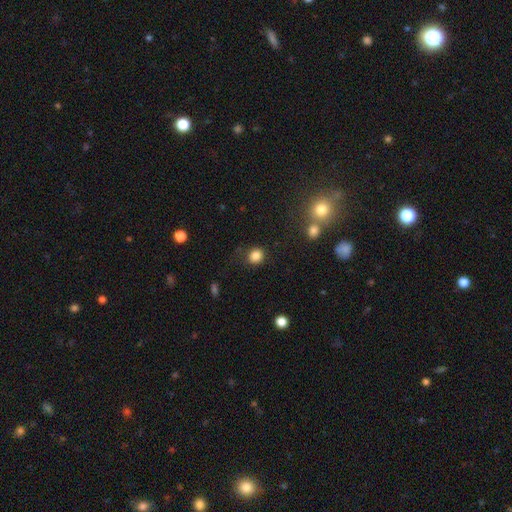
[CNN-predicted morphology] A smooth galaxy with no disk features (84%) that is round (84%).

Vote fractions:
- Smooth or featured? smooth: 84% / star or artifact: 11% / featured or disk: 4%
- How rounded? round: 84% / in between: 15% / cigar-shaped: 1%
- Merging? none: 83% / minor disturbance: 11% / major disturbance: 4% / merger: 2%